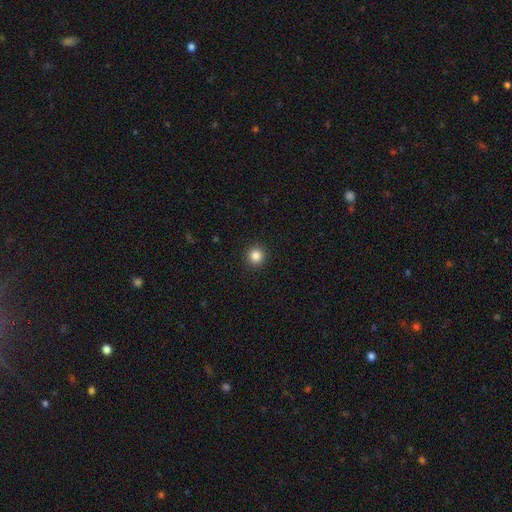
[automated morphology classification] type=smooth (85%); roundness=round (95%); merging=none (93%).